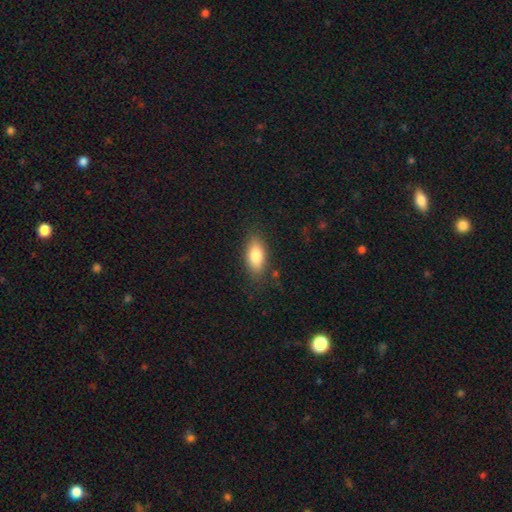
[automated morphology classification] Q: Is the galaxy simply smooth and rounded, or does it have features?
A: smooth — 80%.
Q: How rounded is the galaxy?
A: in between — 86%.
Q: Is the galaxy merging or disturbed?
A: none — 83%.